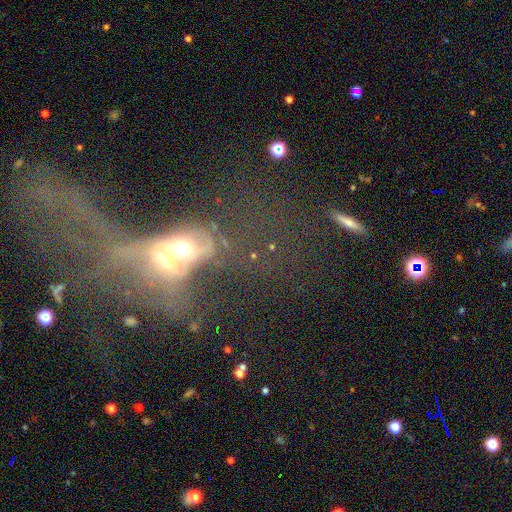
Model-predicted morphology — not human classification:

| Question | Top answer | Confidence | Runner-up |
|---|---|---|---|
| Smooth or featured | featured or disk | 44% | smooth (28%) |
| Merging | merger | 53% | major disturbance (32%) |